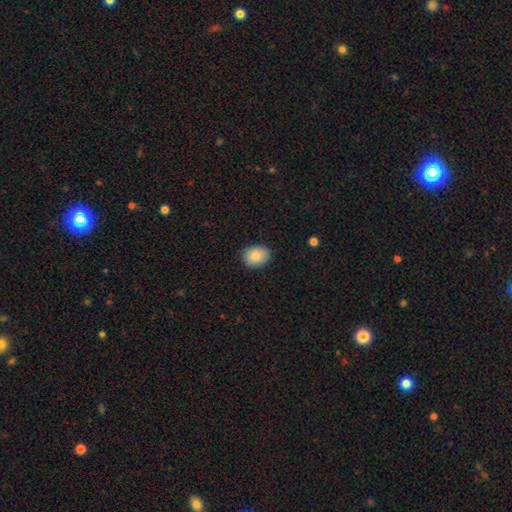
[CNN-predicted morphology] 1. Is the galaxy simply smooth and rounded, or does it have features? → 87% smooth, 7% star or artifact, 6% featured or disk.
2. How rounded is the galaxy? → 52% in between, 47% round, 1% cigar-shaped.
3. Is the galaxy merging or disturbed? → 86% none, 11% minor disturbance, 2% major disturbance, 1% merger.